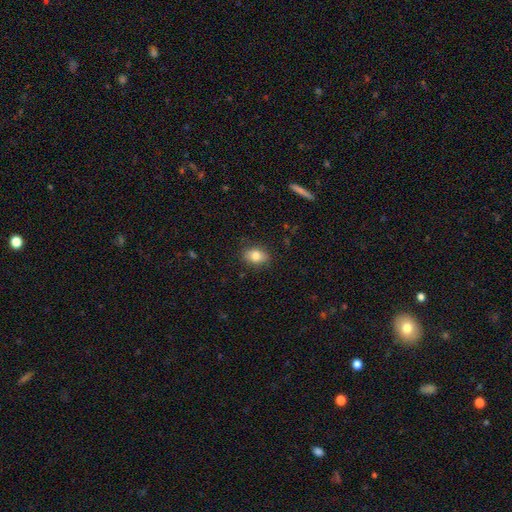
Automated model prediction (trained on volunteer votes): smooth-or-featured: smooth: 81% | featured or disk: 11% | star or artifact: 9%
  how-rounded: in between: 72% | round: 26% | cigar-shaped: 2%
  merging: none: 85% | minor disturbance: 11% | major disturbance: 3% | merger: 1%